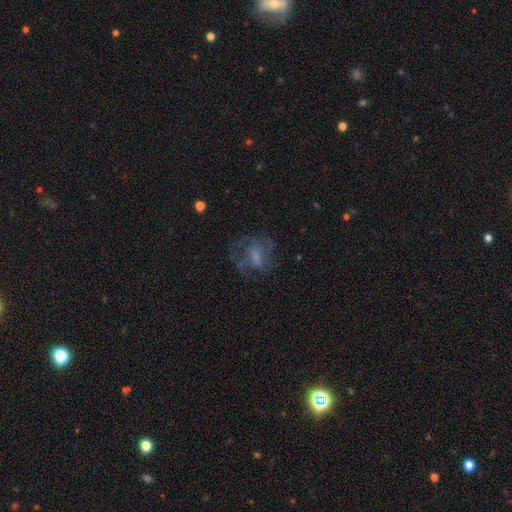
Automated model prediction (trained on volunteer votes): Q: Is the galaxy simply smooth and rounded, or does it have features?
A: featured or disk — 47%.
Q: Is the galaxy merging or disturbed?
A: none — 49%.